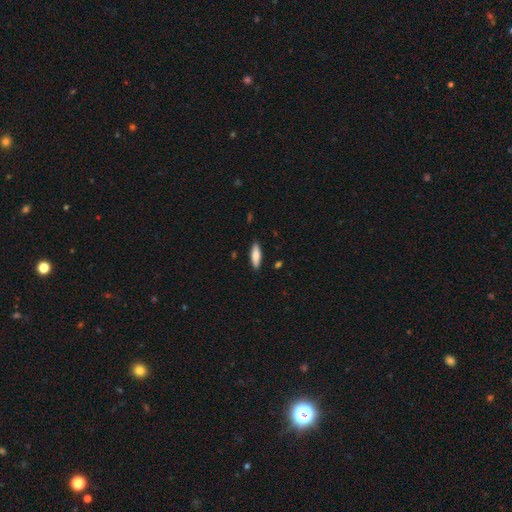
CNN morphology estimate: This is likely a smooth galaxy (78%). How rounded: possibly cigar-shaped (53%). Merging: clearly none (89%).